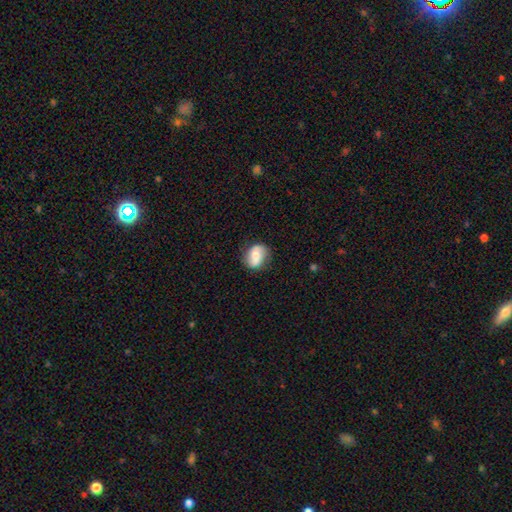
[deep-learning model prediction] Smooth or featured? featured or disk (47%)
Merging? none (79%)